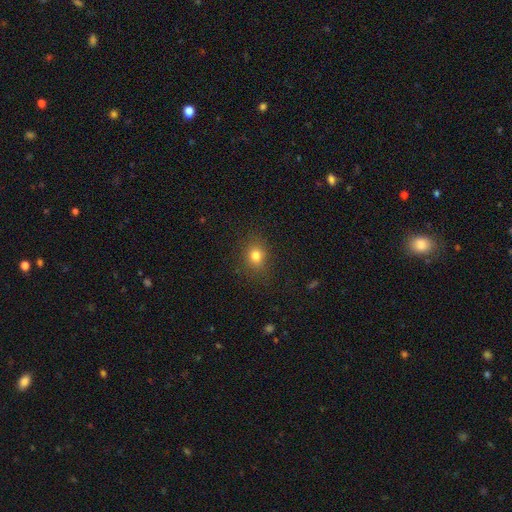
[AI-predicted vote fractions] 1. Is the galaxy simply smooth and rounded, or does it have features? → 78% smooth, 14% star or artifact, 8% featured or disk.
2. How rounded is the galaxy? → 63% round, 36% in between, 1% cigar-shaped.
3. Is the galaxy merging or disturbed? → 85% none, 10% minor disturbance, 4% major disturbance, 1% merger.